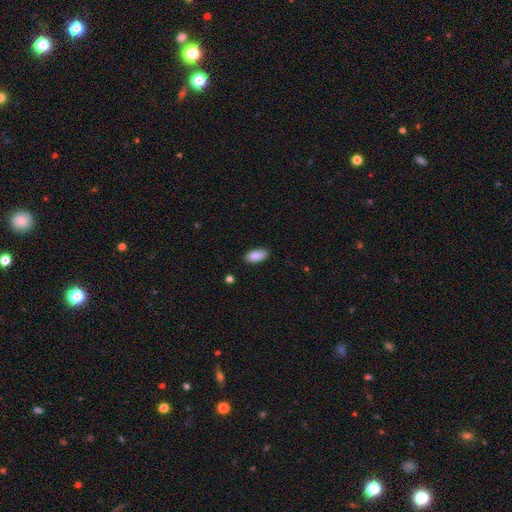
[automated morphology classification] Smooth or featured: smooth — 89% (star or artifact — 7%)
How rounded: in between — 90% (cigar-shaped — 8%)
Merging: none — 86% (minor disturbance — 11%)